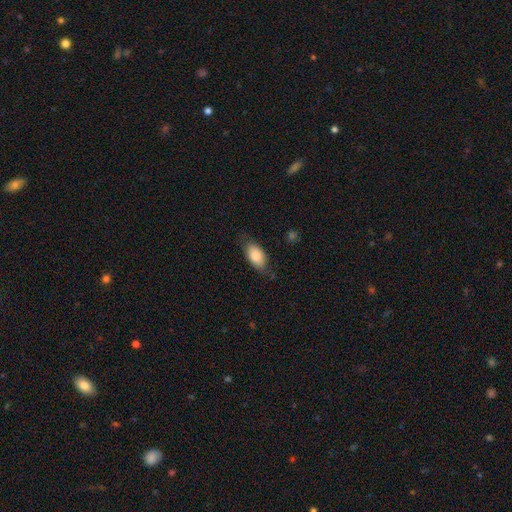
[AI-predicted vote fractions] This appears to be a smooth galaxy with no disk features (83%) that is in between round and cigar-shaped (92%). Merging: none (74%).